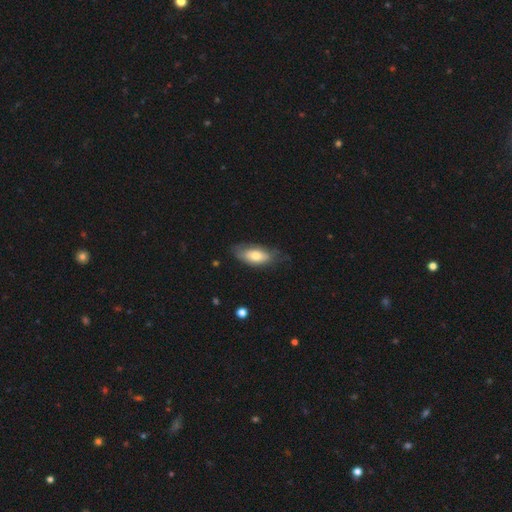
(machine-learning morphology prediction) Q: Smooth or featured?
A: smooth (69%); runner-up: featured or disk (25%)
Q: How rounded?
A: in between (87%); runner-up: cigar-shaped (10%)
Q: Merging?
A: none (64%); runner-up: minor disturbance (27%)